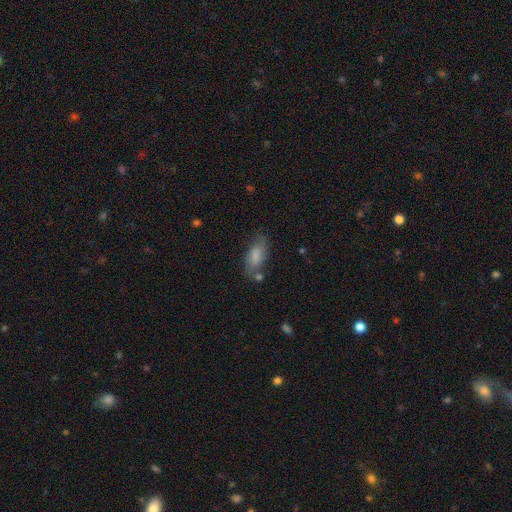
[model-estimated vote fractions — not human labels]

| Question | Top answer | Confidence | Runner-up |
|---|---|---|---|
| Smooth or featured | smooth | 78% | featured or disk (15%) |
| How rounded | in between | 85% | cigar-shaped (12%) |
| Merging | none | 63% | minor disturbance (21%) |